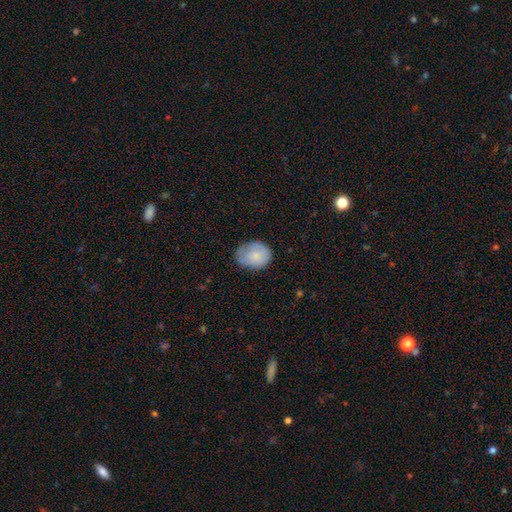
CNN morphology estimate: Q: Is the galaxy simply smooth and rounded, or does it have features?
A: smooth — 75%.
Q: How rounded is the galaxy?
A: in between — 52%.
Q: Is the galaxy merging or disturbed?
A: none — 61%.